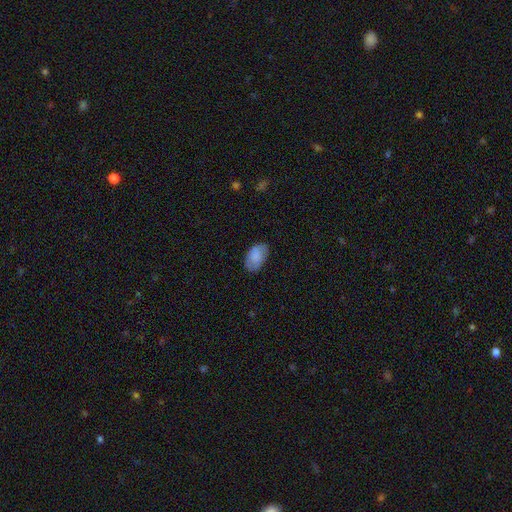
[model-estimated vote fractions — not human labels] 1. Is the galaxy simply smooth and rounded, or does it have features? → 84% smooth, 9% featured or disk, 7% star or artifact.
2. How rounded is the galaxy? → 93% in between, 6% round, 1% cigar-shaped.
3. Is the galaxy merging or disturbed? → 79% none, 17% minor disturbance, 3% major disturbance, 1% merger.